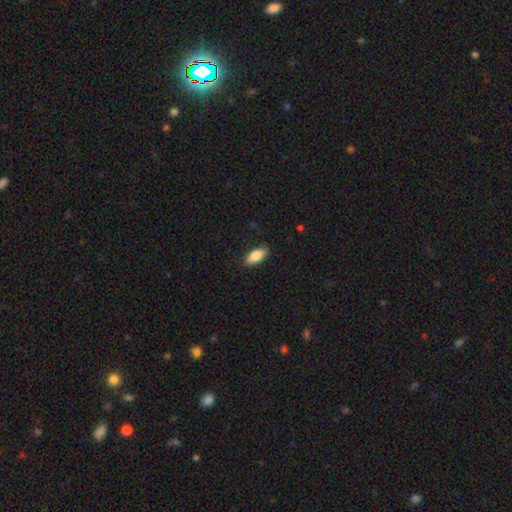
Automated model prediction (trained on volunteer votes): Overall: smooth (82%). How rounded: in between (81%). Merging: none (86%).